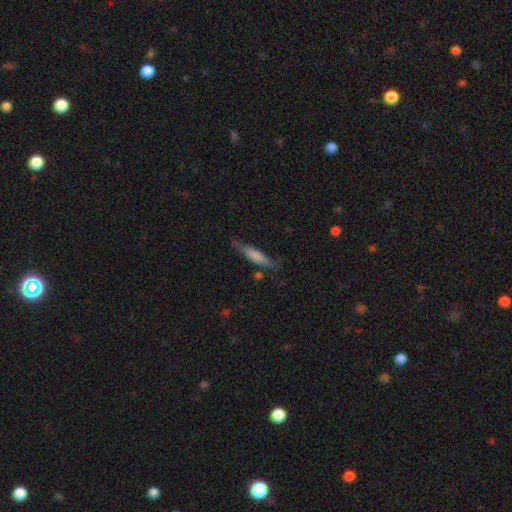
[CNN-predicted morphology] The model was most divided on "smooth or featured": smooth: 65%, featured or disk: 28%, star or artifact: 6%. More confident: how rounded — cigar-shaped (85%); merging — none (73%).